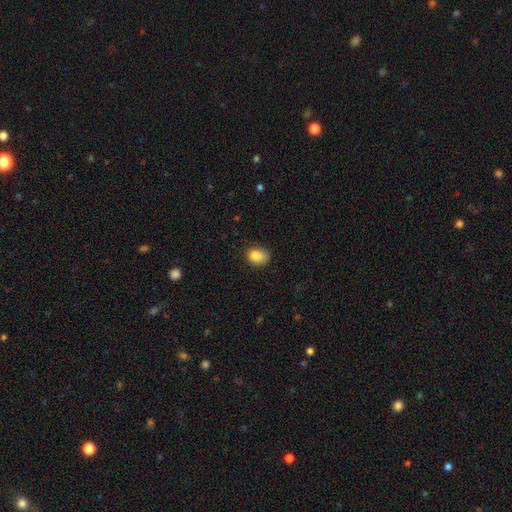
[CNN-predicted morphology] Smooth or featured? smooth (84%)
How rounded? in between (63%)
Merging? none (68%)